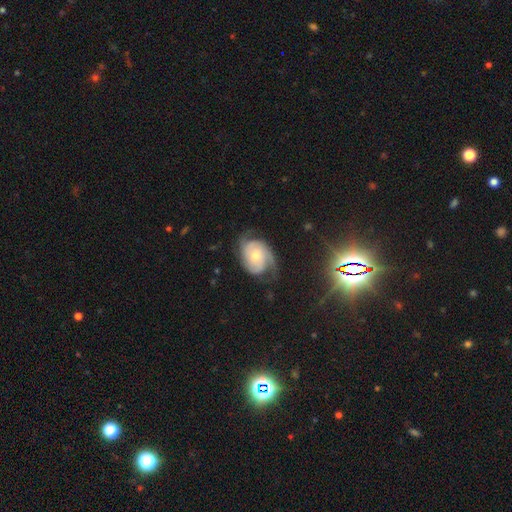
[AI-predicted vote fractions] Smooth or featured? featured or disk (79%)
Edge-on disk? no (97%)
Bar? no (72%)
Spiral arms? yes (94%)
Spiral winding? medium (41%)
Spiral arm count? 2 (57%)
Bulge size? moderate (51%)
Merging? none (58%)